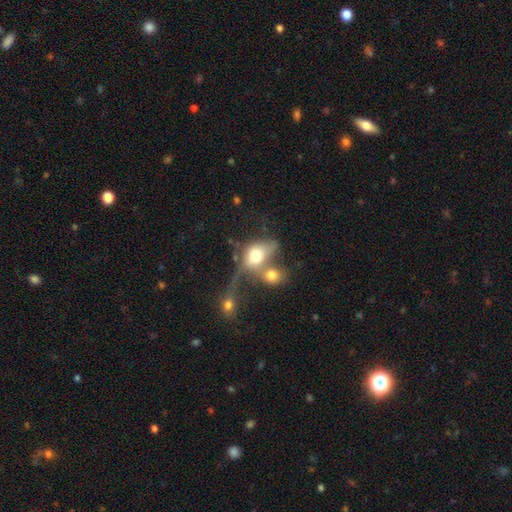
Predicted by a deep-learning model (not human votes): Morphology: type=smooth (63%); roundness=in between (63%); merging=merger (65%).